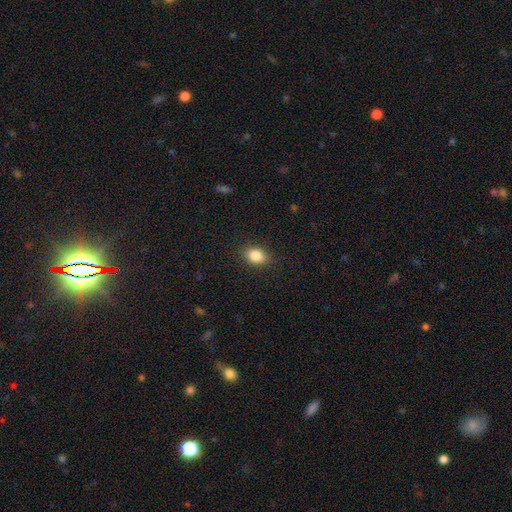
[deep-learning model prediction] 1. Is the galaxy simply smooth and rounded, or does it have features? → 86% smooth, 9% star or artifact, 5% featured or disk.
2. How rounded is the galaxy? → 74% in between, 24% round, 1% cigar-shaped.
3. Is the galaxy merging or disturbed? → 88% none, 9% minor disturbance, 2% major disturbance, 1% merger.